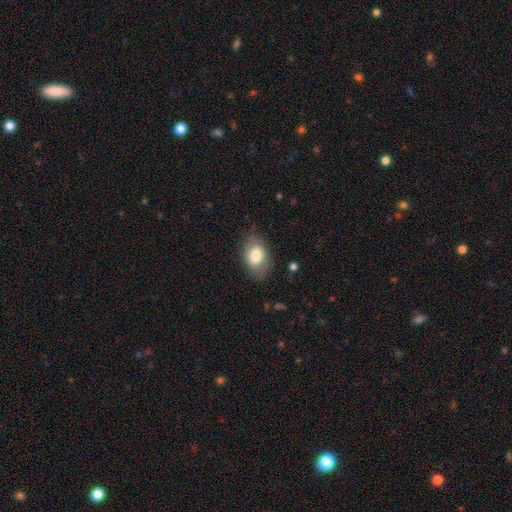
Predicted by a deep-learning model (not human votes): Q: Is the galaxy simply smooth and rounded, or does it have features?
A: smooth — 77%.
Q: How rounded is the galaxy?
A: in between — 88%.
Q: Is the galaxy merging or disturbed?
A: none — 77%.